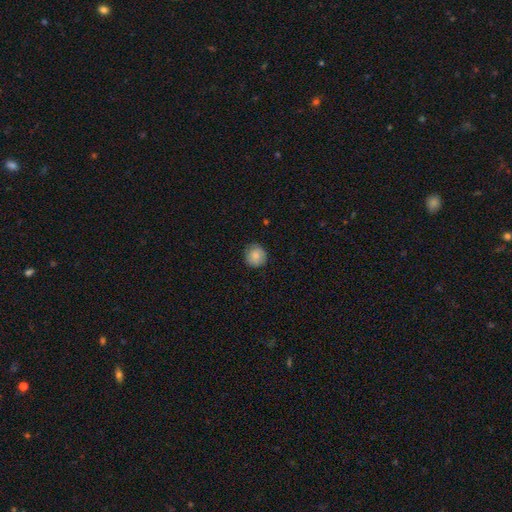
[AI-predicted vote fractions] The model was most divided on "merging": none: 83%, minor disturbance: 13%, major disturbance: 3%, merger: 1%. More confident: how rounded — round (90%); smooth or featured — smooth (83%).